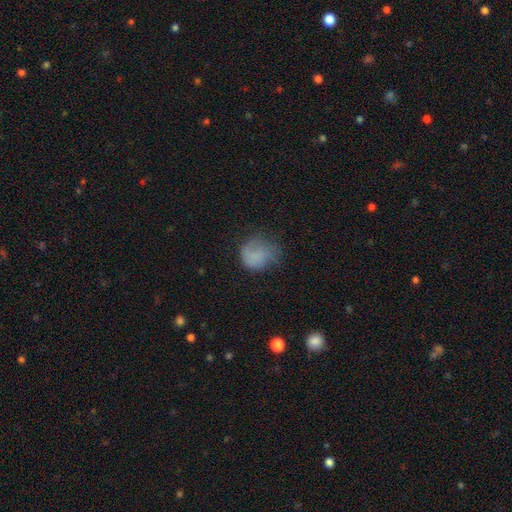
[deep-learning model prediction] smooth_or_featured: smooth (p=0.70) [alt: featured or disk p=0.19]
how_rounded: round (p=0.70) [alt: in between p=0.29]
merging: none (p=0.40) [alt: minor disturbance p=0.31]